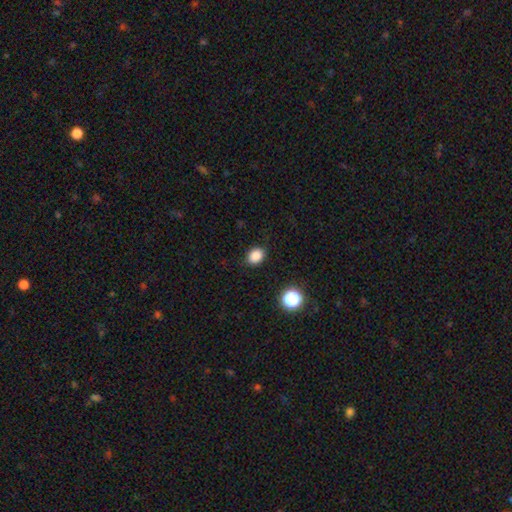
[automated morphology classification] This is clearly a smooth galaxy (85%). How rounded: possibly in between (56%). Merging: clearly none (86%).